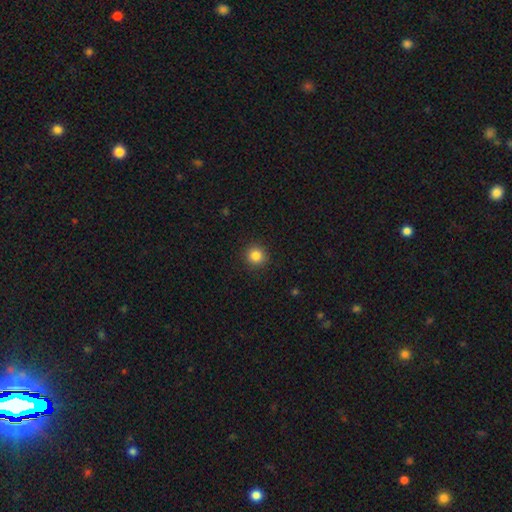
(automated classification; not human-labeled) Smooth or featured: smooth — 85% (star or artifact — 11%)
How rounded: round — 94% (in between — 5%)
Merging: none — 92% (minor disturbance — 6%)